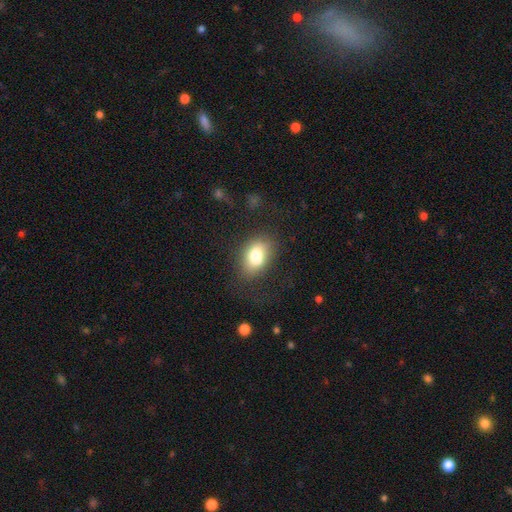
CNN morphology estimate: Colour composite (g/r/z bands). It shows a smooth galaxy with no disk features (78%) that is in between round and cigar-shaped (81%). Merging: none (72%).